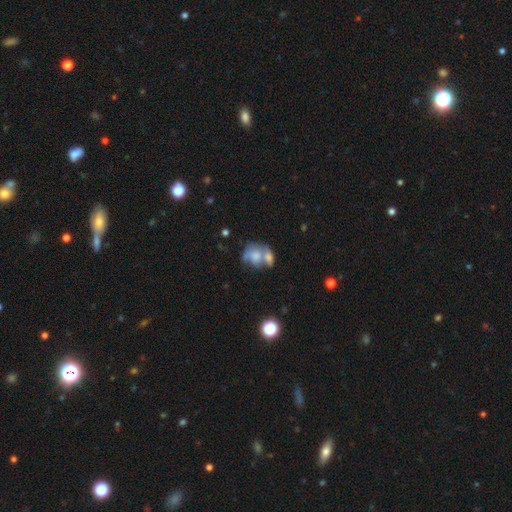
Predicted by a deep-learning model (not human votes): This is possibly a smooth galaxy (57%). How rounded: possibly round (50%). Merging: possibly merger (57%).